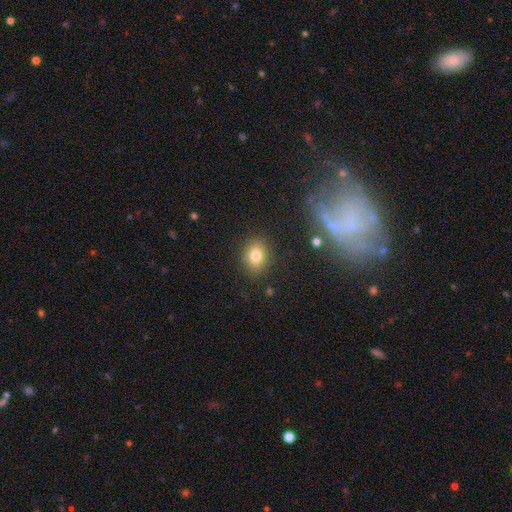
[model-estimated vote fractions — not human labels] smooth-or-featured: smooth: 79% | star or artifact: 12% | featured or disk: 9%
  how-rounded: round: 54% | in between: 45% | cigar-shaped: 1%
  merging: none: 85% | minor disturbance: 10% | major disturbance: 3% | merger: 2%